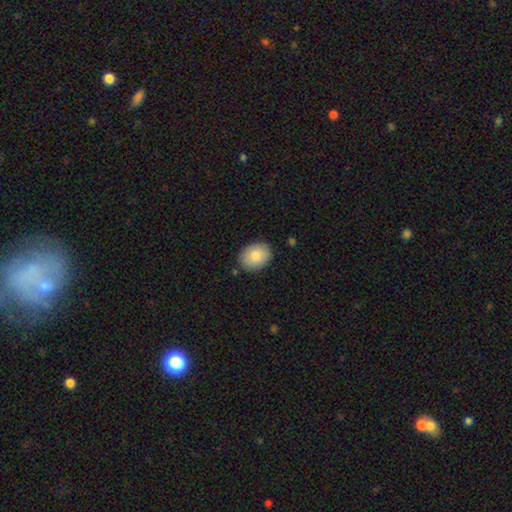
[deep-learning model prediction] Smooth or featured: smooth — 84% (featured or disk — 10%)
How rounded: in between — 70% (round — 29%)
Merging: none — 86% (minor disturbance — 11%)